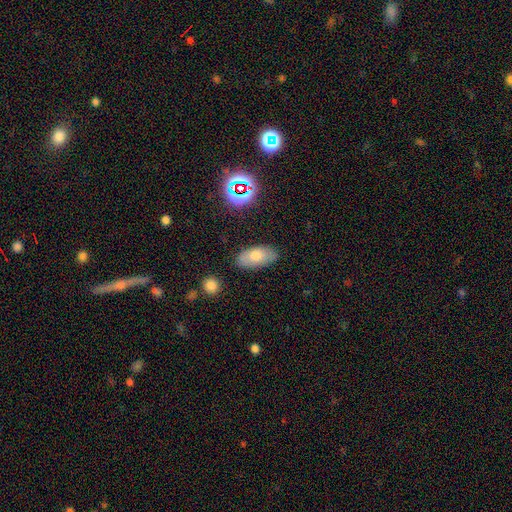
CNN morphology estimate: A smooth galaxy with no disk features (71%) that is in between round and cigar-shaped (91%). Merging: none (83%).